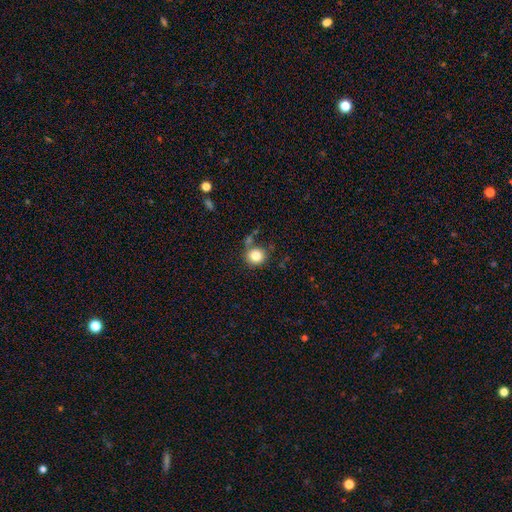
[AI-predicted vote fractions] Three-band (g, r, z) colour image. It shows a smooth galaxy with no disk features (82%) that is round (90%). Merging: none (74%).